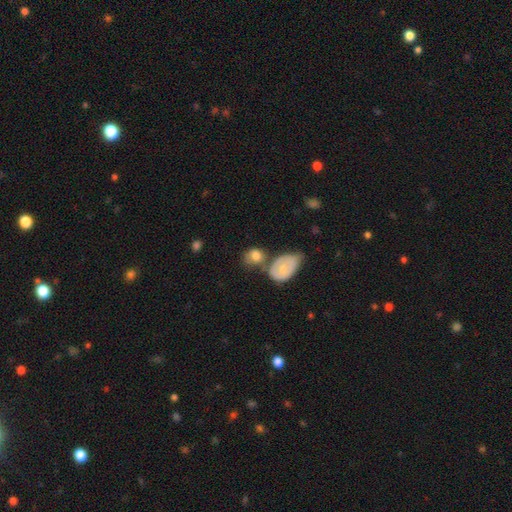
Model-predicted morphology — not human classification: This is likely a smooth galaxy (72%). How rounded: possibly round (50%). Merging: marginally none (38%).